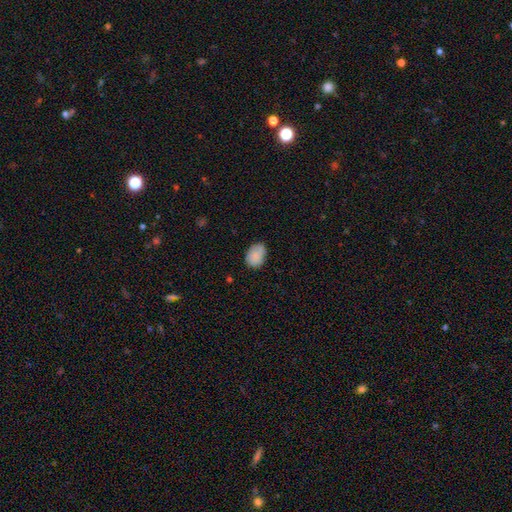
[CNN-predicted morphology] A smooth galaxy with no disk features (87%) that is in between round and cigar-shaped (76%). Merging: none (74%).